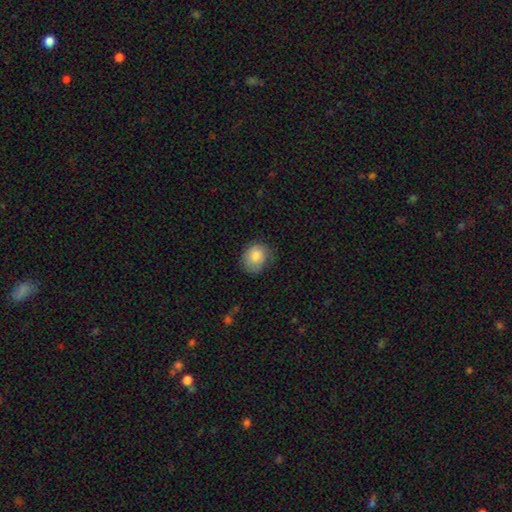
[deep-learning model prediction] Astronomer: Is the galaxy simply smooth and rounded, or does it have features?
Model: smooth — 81%.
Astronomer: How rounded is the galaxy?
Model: round — 68%.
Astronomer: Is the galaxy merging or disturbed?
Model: none — 64%.